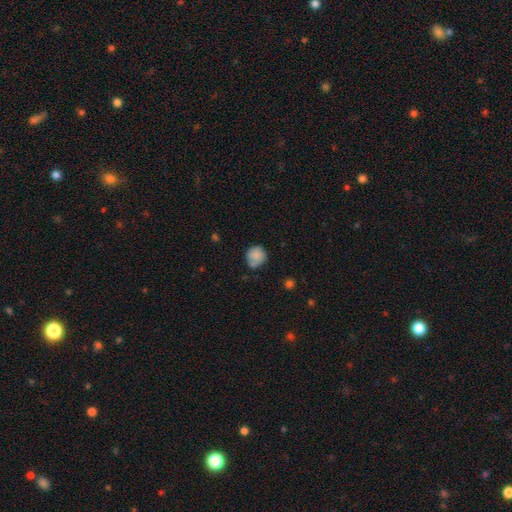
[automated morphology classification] smooth 81%, featured or disk 11%, star or artifact 8%. Down the decision tree: how rounded — round (84%); merging — none (61%).